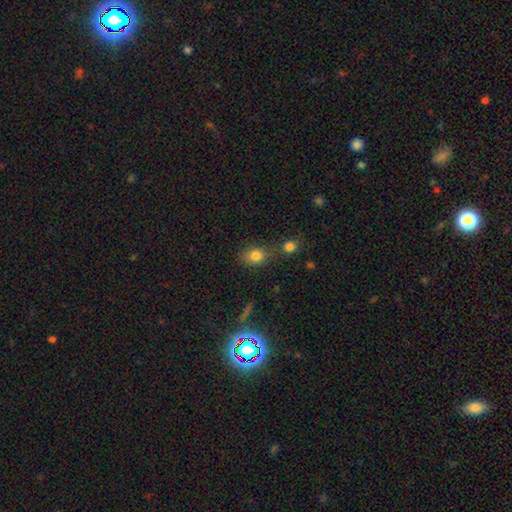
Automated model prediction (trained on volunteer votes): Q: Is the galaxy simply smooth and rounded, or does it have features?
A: smooth — 80%.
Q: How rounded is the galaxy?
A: in between — 53%.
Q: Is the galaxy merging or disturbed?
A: none — 59%.